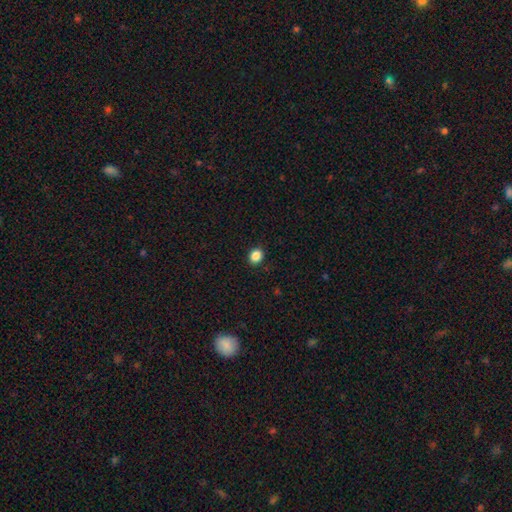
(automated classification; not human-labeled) The model was most divided on "how rounded": round: 62%, in between: 38%, cigar-shaped: 1%. More confident: merging — none (91%); smooth or featured — smooth (86%).